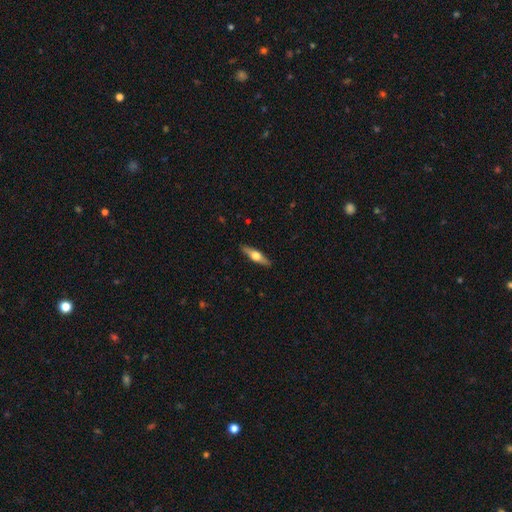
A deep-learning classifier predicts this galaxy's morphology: Smooth or featured?
  - featured or disk: 63% *
  - smooth: 32%
  - star or artifact: 5%
Edge-on disk?
  - yes: 95% *
  - no: 5%
Edge-on bulge?
  - rounded: 95% *
  - boxy: 3%
  - none: 2%
Merging?
  - none: 90% *
  - minor disturbance: 7%
  - major disturbance: 2%
  - merger: 1%